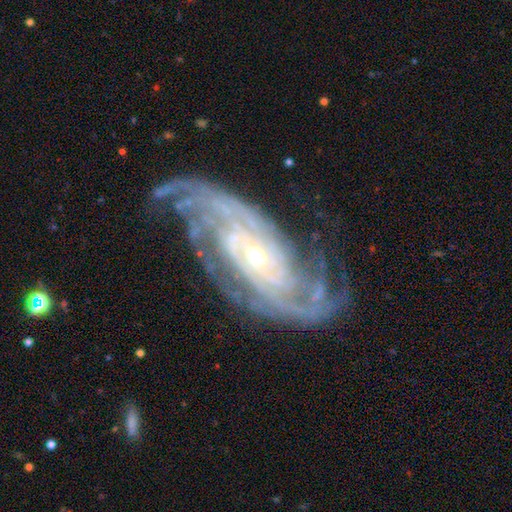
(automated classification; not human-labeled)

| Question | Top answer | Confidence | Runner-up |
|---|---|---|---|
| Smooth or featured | featured or disk | 92% | star or artifact (5%) |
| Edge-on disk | no | 95% | yes (5%) |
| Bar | no | 57% | weak (27%) |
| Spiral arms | yes | 98% | no (2%) |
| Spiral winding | tight | 63% | medium (30%) |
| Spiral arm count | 2 | 23% | can't tell (19%) |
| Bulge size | small | 72% | moderate (24%) |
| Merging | none | 72% | minor disturbance (17%) |